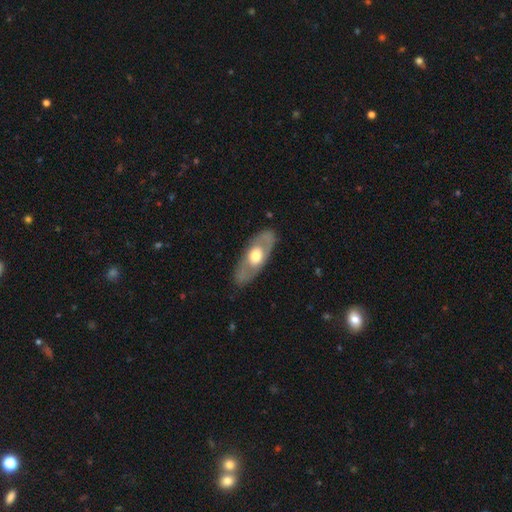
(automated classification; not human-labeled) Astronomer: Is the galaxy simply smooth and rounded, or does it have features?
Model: featured or disk — 56% (runner-up: smooth, 40%).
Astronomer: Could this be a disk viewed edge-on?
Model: no — 78%.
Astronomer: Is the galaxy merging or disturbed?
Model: none — 83%.